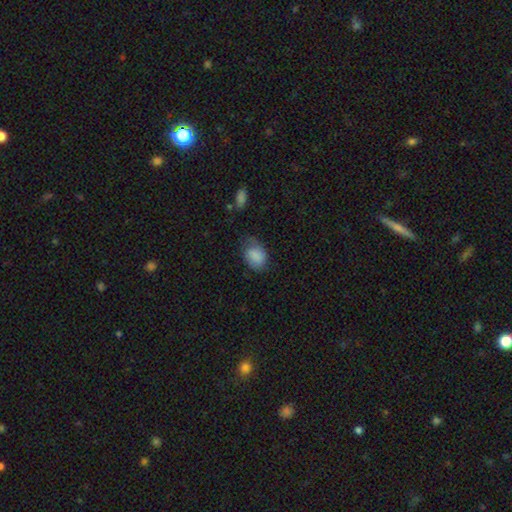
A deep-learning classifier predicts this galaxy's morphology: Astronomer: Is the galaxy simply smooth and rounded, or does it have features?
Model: smooth — 84%.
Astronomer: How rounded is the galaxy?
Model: in between — 75%.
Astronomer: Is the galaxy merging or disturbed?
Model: none — 50% (runner-up: minor disturbance, 33%).